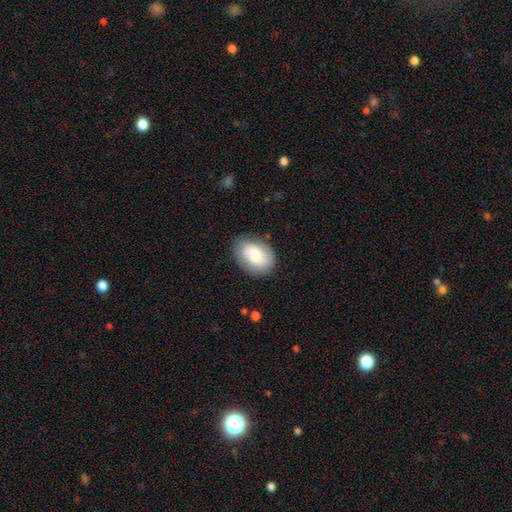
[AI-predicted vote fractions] smooth_or_featured: smooth (p=0.74) [alt: featured or disk p=0.19]
how_rounded: in between (p=0.82) [alt: round p=0.16]
merging: none (p=0.78) [alt: minor disturbance p=0.16]